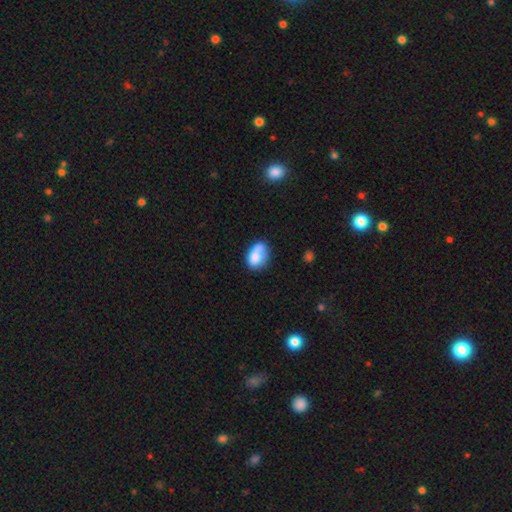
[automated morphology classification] Smooth or featured?
  - smooth: 71% *
  - featured or disk: 21%
  - star or artifact: 8%
How rounded?
  - in between: 82% *
  - round: 16%
  - cigar-shaped: 2%
Merging?
  - none: 44% *
  - minor disturbance: 28%
  - major disturbance: 15%
  - merger: 13%